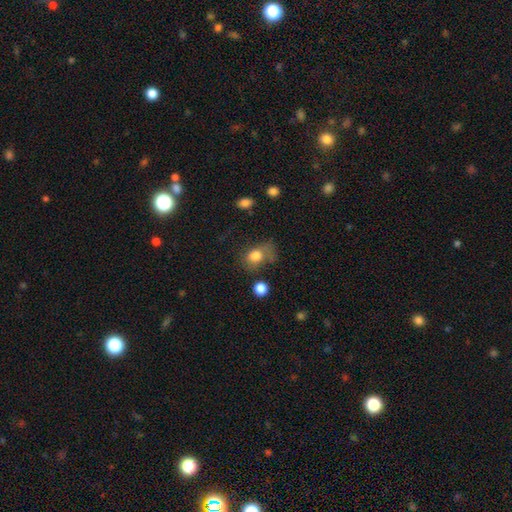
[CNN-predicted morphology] A smooth galaxy with no disk features (78%) that is in between round and cigar-shaped (61%). Merging: none (35%).